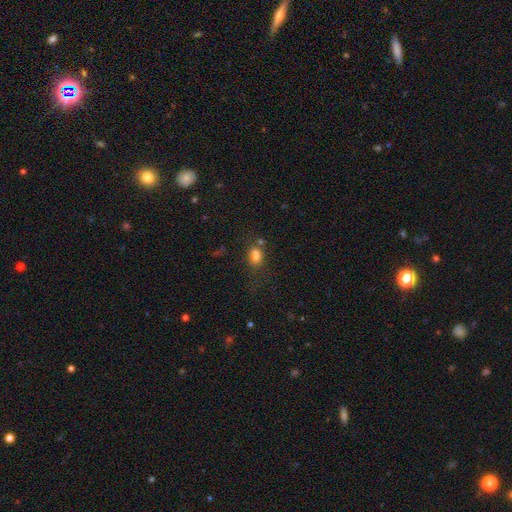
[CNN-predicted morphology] type=smooth (76%); roundness=in between (69%); merging=none (49%).